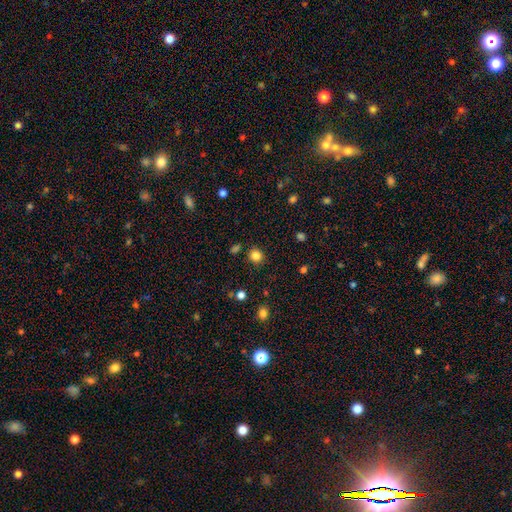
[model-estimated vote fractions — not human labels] Smooth or featured: smooth — 83% (star or artifact — 12%)
How rounded: round — 87% (in between — 12%)
Merging: none — 88% (minor disturbance — 7%)